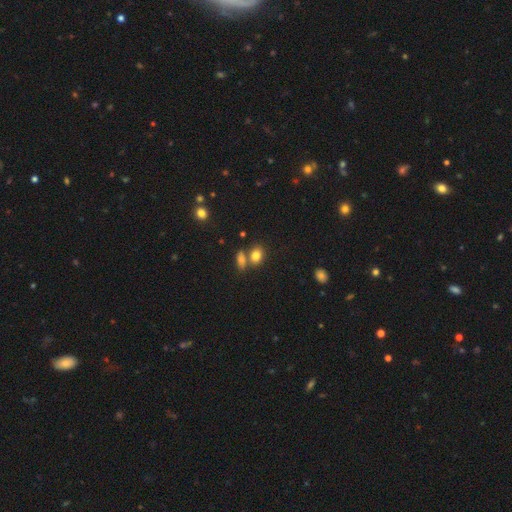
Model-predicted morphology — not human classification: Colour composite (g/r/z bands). It shows a smooth galaxy with no disk features (82%) that is in between round and cigar-shaped (64%). Merging: none (54%).